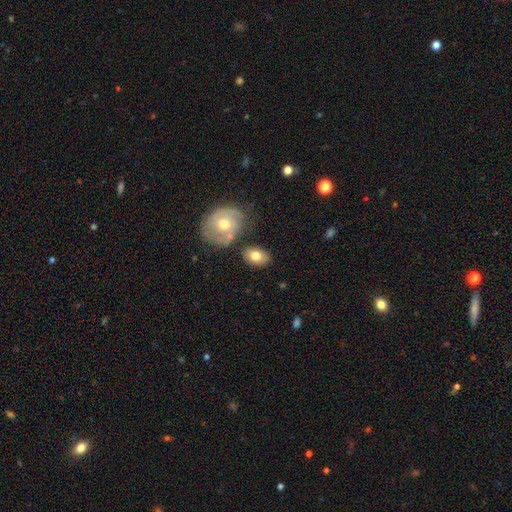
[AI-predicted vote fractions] Smooth or featured: smooth — 75% (featured or disk — 19%)
How rounded: in between — 81% (round — 18%)
Merging: none — 71% (minor disturbance — 14%)